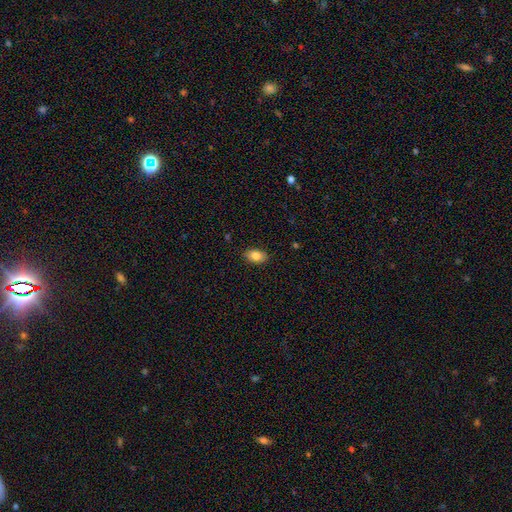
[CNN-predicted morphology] This appears to be a smooth galaxy with no disk features (84%) that is in between round and cigar-shaped (89%). Merging: none (88%).